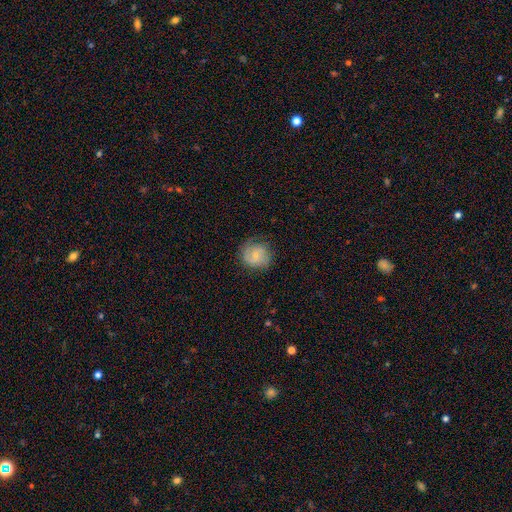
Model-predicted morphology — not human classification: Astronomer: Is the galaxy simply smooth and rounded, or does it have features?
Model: featured or disk — 49% (runner-up: smooth, 43%).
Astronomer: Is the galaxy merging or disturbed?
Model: none — 74%.